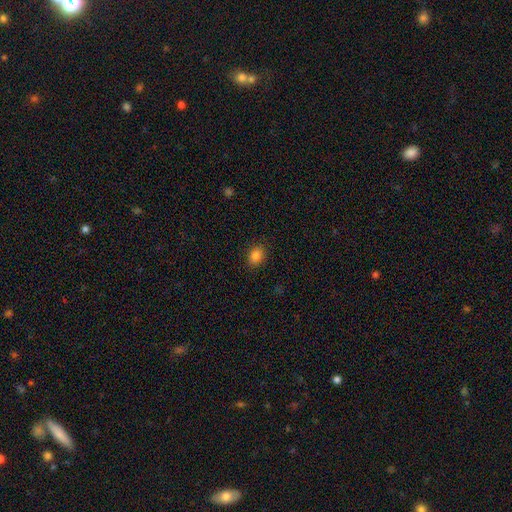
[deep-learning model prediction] Smooth or featured?
  - smooth: 84% *
  - star or artifact: 11%
  - featured or disk: 5%
How rounded?
  - in between: 59% *
  - round: 40%
  - cigar-shaped: 1%
Merging?
  - none: 89% *
  - minor disturbance: 8%
  - major disturbance: 2%
  - merger: 1%